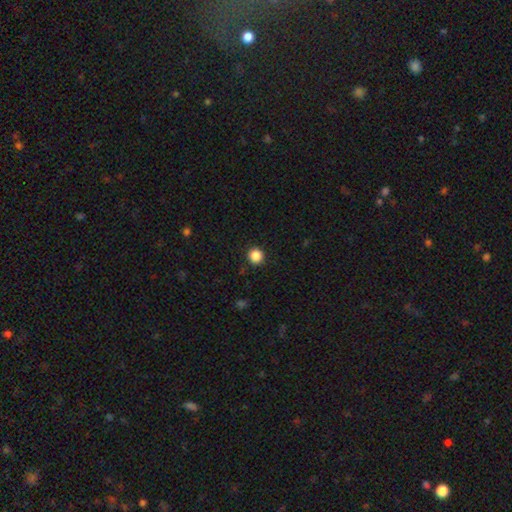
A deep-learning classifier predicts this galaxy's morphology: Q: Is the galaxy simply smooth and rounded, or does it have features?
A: smooth — 87%.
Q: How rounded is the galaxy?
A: round — 94%.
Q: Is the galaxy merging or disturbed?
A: none — 92%.